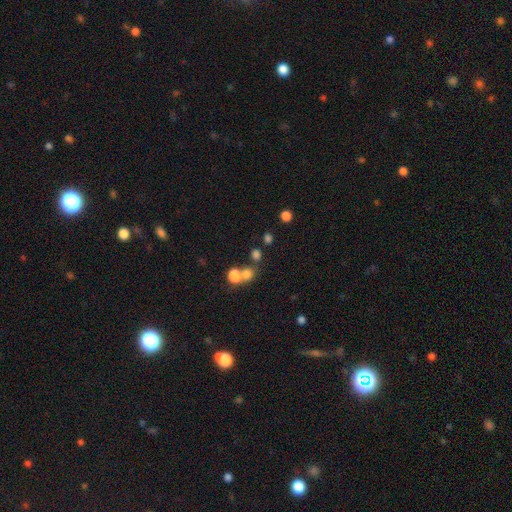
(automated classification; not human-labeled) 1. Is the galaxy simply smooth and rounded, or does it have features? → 50% smooth, 37% star or artifact, 13% featured or disk.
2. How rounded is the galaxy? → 76% round, 21% in between, 2% cigar-shaped.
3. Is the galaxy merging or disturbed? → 55% none, 32% merger, 8% minor disturbance, 5% major disturbance.